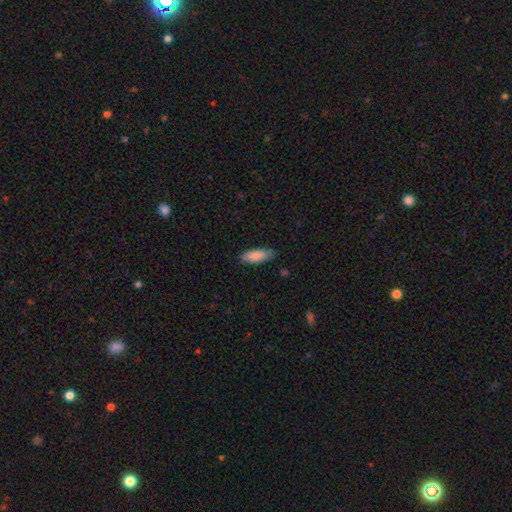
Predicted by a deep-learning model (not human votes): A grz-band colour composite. It shows a smooth galaxy with no disk features (86%) that is in between round and cigar-shaped (66%). Merging: none (76%).